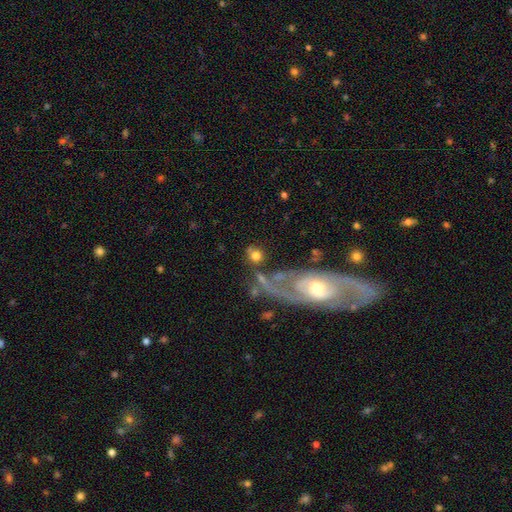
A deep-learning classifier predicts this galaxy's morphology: smooth-or-featured: smooth: 71% | featured or disk: 19% | star or artifact: 10%
  how-rounded: round: 82% | in between: 15% | cigar-shaped: 2%
  merging: none: 59% | merger: 19% | minor disturbance: 12% | major disturbance: 10%